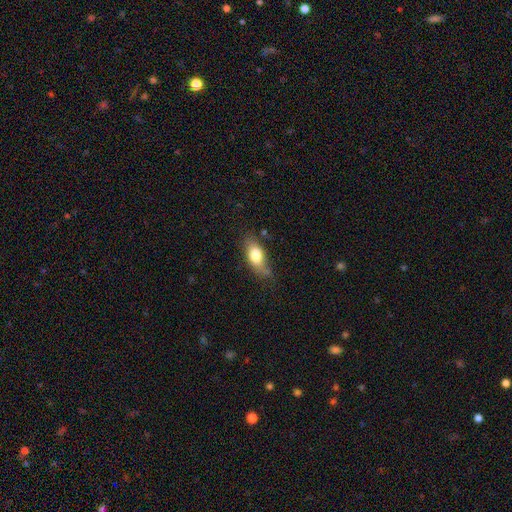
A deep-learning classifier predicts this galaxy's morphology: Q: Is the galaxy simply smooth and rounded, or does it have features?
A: smooth — 73%.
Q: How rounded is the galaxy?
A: in between — 82%.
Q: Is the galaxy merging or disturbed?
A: none — 58%.